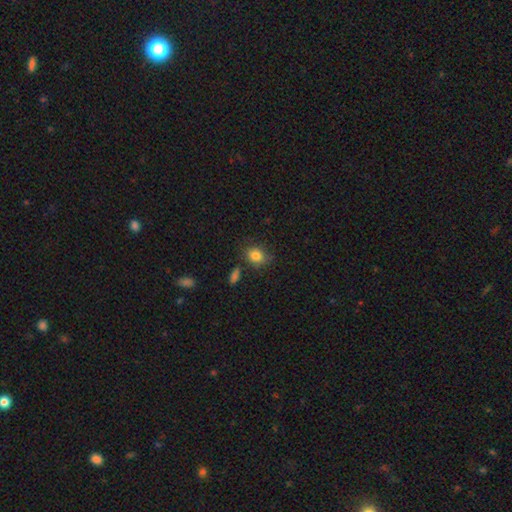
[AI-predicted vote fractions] smooth_or_featured: smooth (p=0.83) [alt: star or artifact p=0.10]
how_rounded: round (p=0.57) [alt: in between p=0.42]
merging: none (p=0.73) [alt: minor disturbance p=0.17]